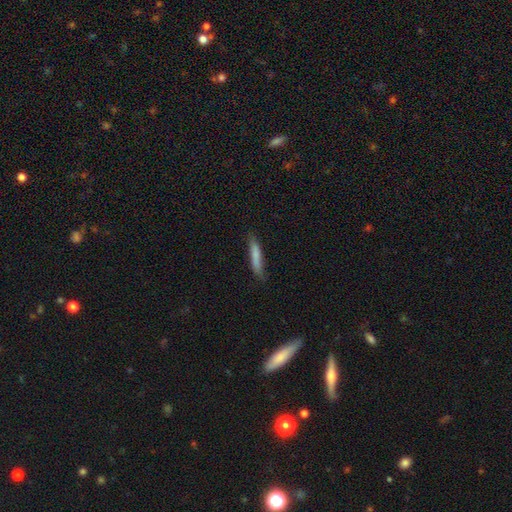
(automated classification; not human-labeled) Smooth or featured?
  - smooth: 77% *
  - featured or disk: 16%
  - star or artifact: 6%
How rounded?
  - cigar-shaped: 90% *
  - in between: 8%
  - round: 1%
Merging?
  - none: 79% *
  - minor disturbance: 17%
  - major disturbance: 3%
  - merger: 2%